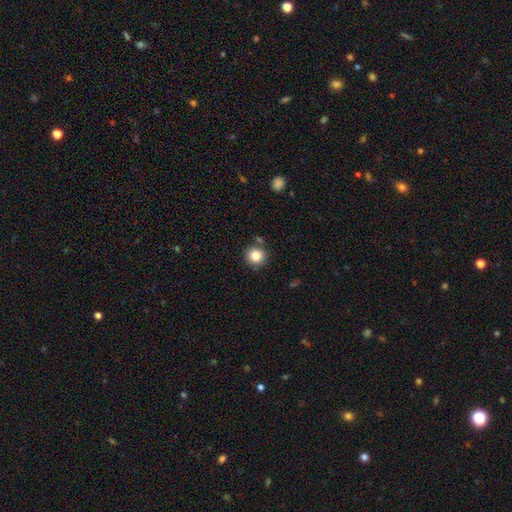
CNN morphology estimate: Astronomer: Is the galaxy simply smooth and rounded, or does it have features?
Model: smooth — 83%.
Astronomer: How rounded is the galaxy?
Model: round — 93%.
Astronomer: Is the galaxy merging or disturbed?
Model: none — 84%.